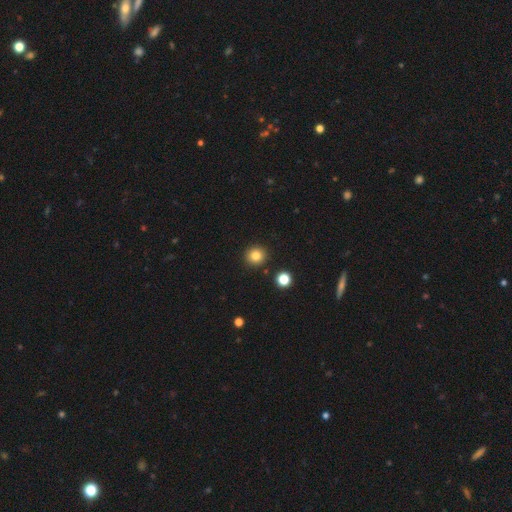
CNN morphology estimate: smooth-or-featured: smooth: 84% | star or artifact: 11% | featured or disk: 5%
  how-rounded: round: 93% | in between: 6% | cigar-shaped: 1%
  merging: none: 91% | minor disturbance: 5% | merger: 2% | major disturbance: 2%